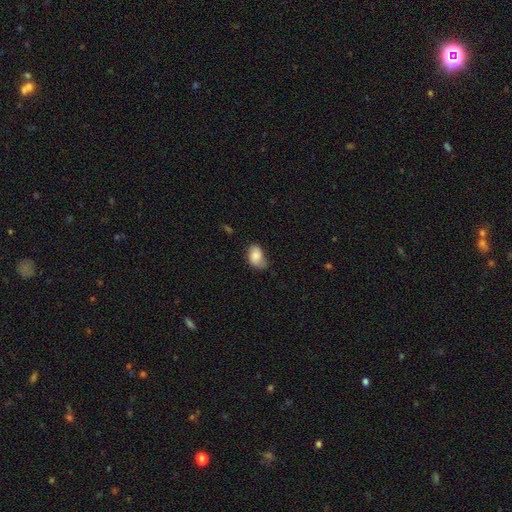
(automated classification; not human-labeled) Q: Smooth or featured?
A: smooth (80%); runner-up: featured or disk (12%)
Q: How rounded?
A: in between (86%); runner-up: round (13%)
Q: Merging?
A: none (52%); runner-up: minor disturbance (36%)